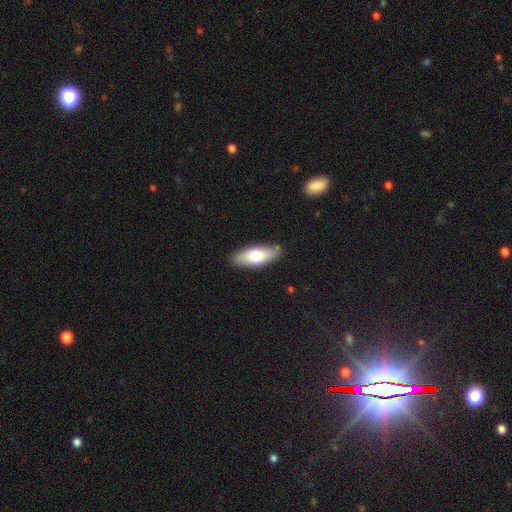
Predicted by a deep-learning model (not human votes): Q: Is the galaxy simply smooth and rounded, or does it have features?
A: smooth — 73%.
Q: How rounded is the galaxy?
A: in between — 69%.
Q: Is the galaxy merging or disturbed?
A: none — 83%.